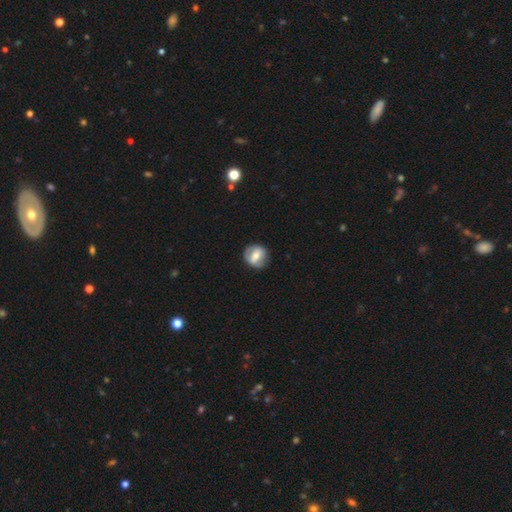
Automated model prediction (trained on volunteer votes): smooth 47%, featured or disk 46%, star or artifact 7%. Down the decision tree: merging — none (82%).